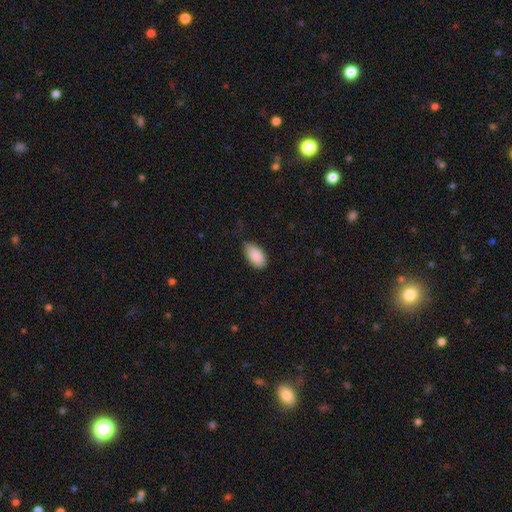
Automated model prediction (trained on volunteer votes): A smooth galaxy with no disk features (90%) that is in between round and cigar-shaped (95%). Merging: none (78%).